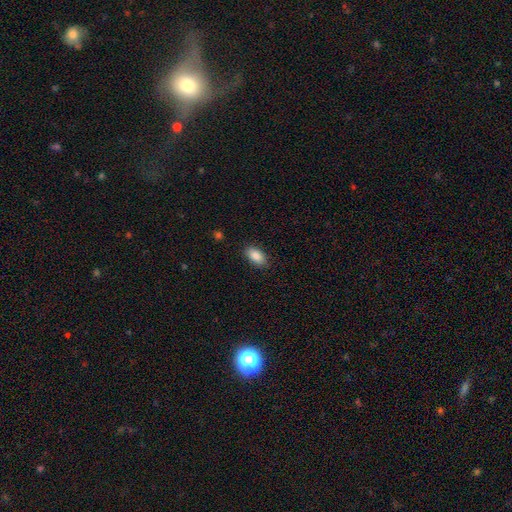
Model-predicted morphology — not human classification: Smooth or featured: smooth — 89% (star or artifact — 7%)
How rounded: in between — 92% (cigar-shaped — 4%)
Merging: none — 87% (minor disturbance — 9%)